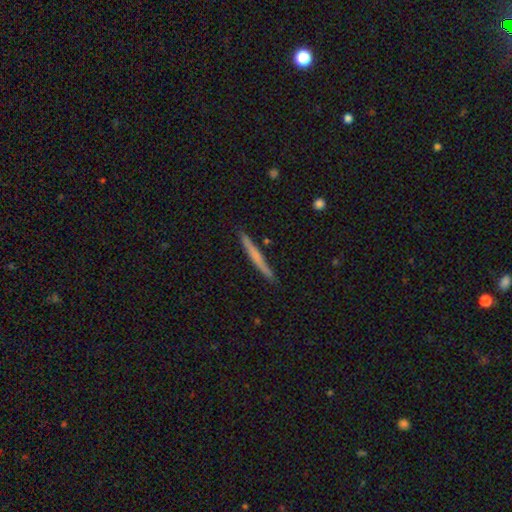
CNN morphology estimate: smooth 53%, featured or disk 41%, star or artifact 6%. Down the decision tree: how rounded — cigar-shaped (96%); merging — none (90%).